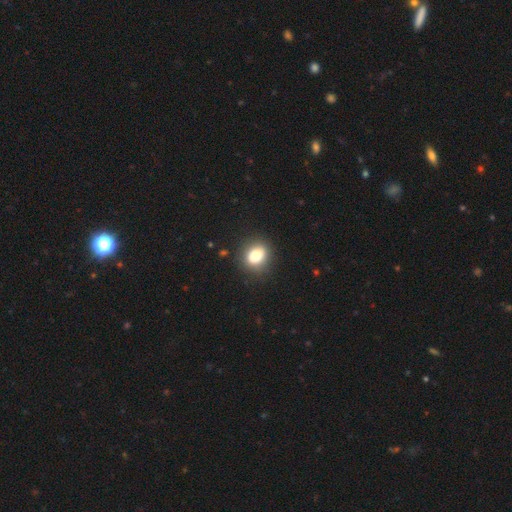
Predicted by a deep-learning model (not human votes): smooth-or-featured: smooth: 83% | star or artifact: 10% | featured or disk: 7%
  how-rounded: in between: 50% | round: 49% | cigar-shaped: 1%
  merging: none: 82% | minor disturbance: 13% | major disturbance: 4% | merger: 2%